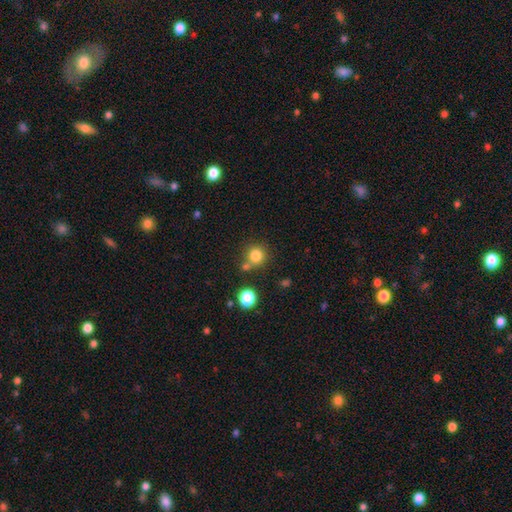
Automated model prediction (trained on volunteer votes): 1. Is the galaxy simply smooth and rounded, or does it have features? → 81% smooth, 13% star or artifact, 6% featured or disk.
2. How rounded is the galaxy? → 91% round, 8% in between, 1% cigar-shaped.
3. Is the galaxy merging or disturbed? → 69% none, 18% merger, 9% minor disturbance, 4% major disturbance.